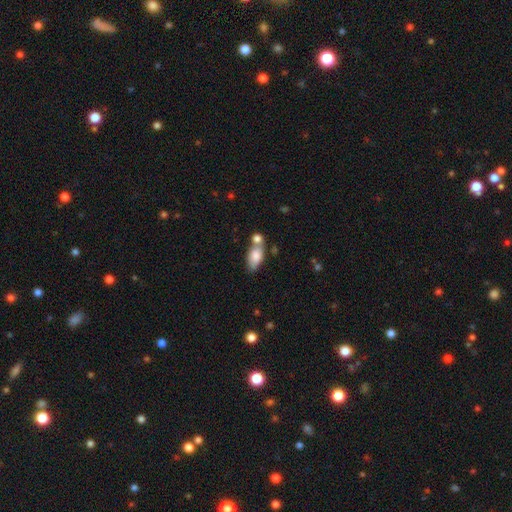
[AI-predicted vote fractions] This appears to be a smooth galaxy with no disk features (80%) that is in between round and cigar-shaped (87%). Merging: none (48%).